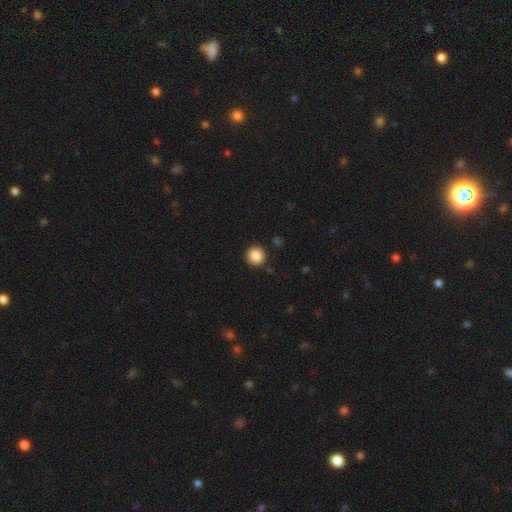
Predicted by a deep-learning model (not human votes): Smooth or featured? Predicted: smooth (p=0.87). How rounded? Predicted: round (p=0.94). Merging? Predicted: none (p=0.91).